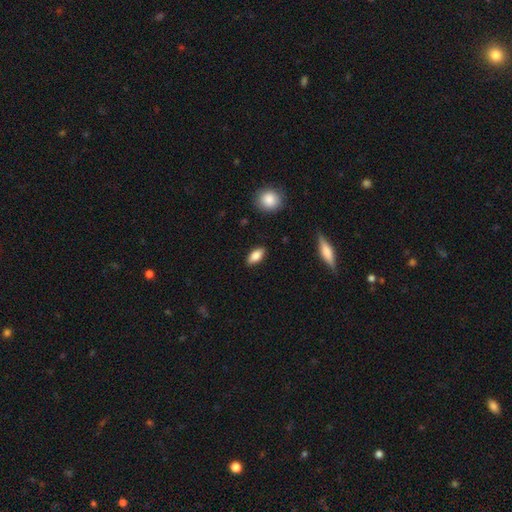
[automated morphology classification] This appears to be a smooth galaxy with no disk features (81%) that is in between round and cigar-shaped (86%). Merging: none (88%).